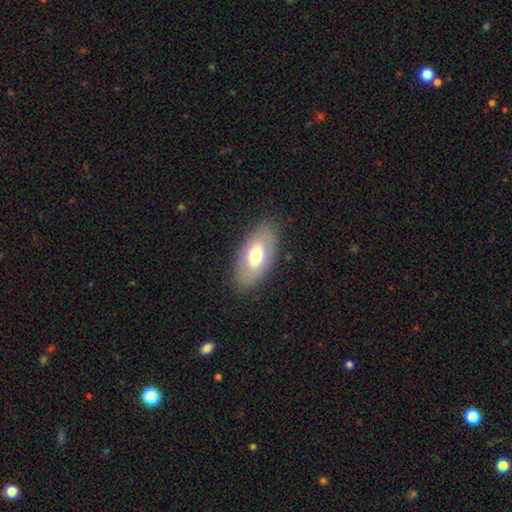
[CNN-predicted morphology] smooth 61%, featured or disk 32%, star or artifact 7%. Down the decision tree: how rounded — in between (91%); merging — none (85%).